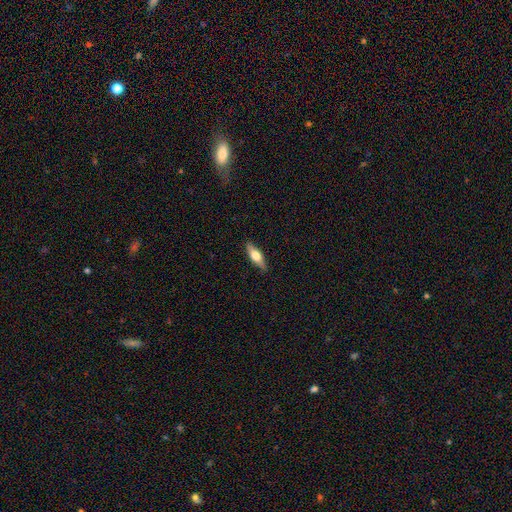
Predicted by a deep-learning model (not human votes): Smooth or featured? Predicted: smooth (p=0.53). How rounded? Predicted: in between (p=0.52). Merging? Predicted: none (p=0.88).